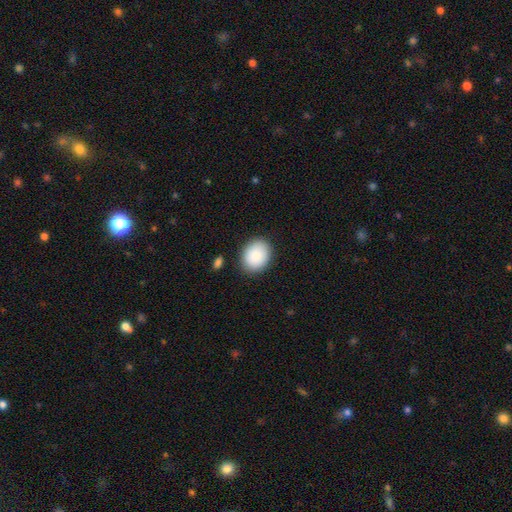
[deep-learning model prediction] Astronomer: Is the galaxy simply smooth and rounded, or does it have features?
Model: smooth — 87%.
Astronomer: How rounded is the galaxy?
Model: in between — 51% (runner-up: round, 48%).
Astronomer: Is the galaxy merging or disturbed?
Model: none — 86%.